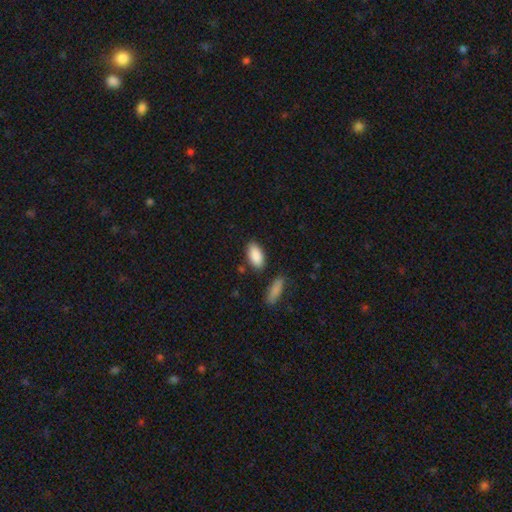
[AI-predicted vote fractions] This appears to be a smooth galaxy with no disk features (89%) that is in between round and cigar-shaped (93%). Merging: none (82%).